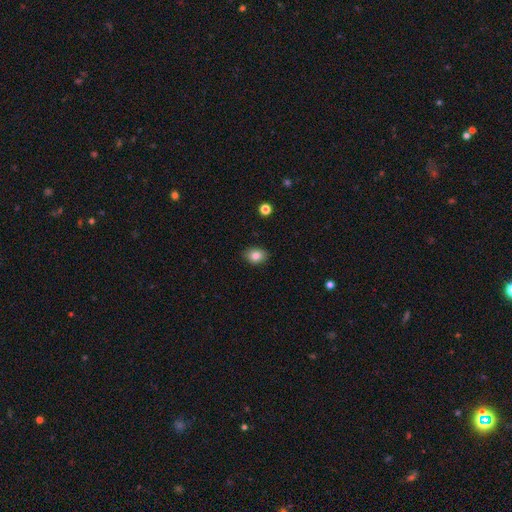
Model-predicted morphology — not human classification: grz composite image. It shows a smooth galaxy with no disk features (83%) that is in between round and cigar-shaped (60%). Merging: none (88%).